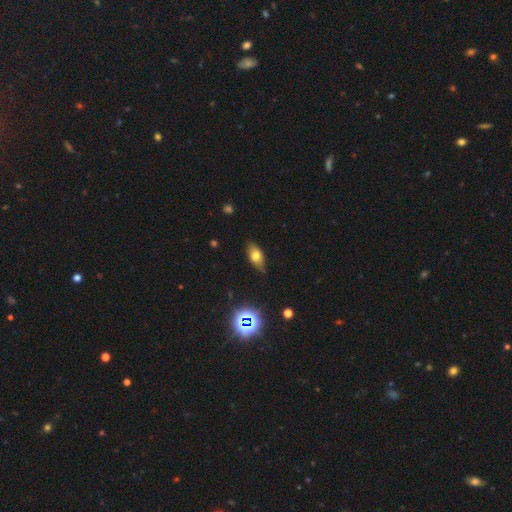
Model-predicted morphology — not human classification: Q: Smooth or featured?
A: smooth (66%); runner-up: featured or disk (21%)
Q: How rounded?
A: in between (83%); runner-up: cigar-shaped (9%)
Q: Merging?
A: none (78%); runner-up: minor disturbance (17%)